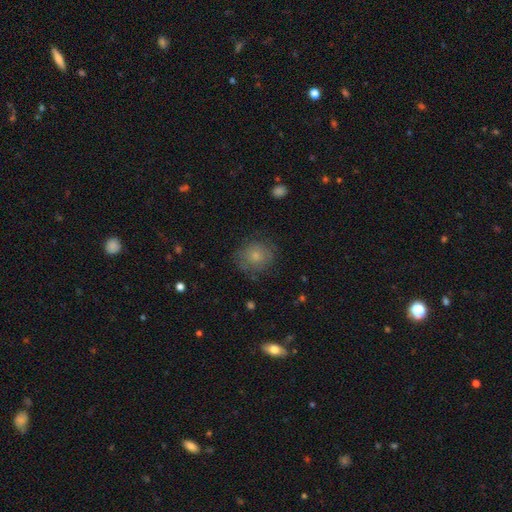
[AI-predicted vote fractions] smooth-or-featured: smooth: 72% | featured or disk: 18% | star or artifact: 10%
  how-rounded: round: 80% | in between: 19% | cigar-shaped: 1%
  merging: none: 72% | minor disturbance: 19% | major disturbance: 7% | merger: 1%